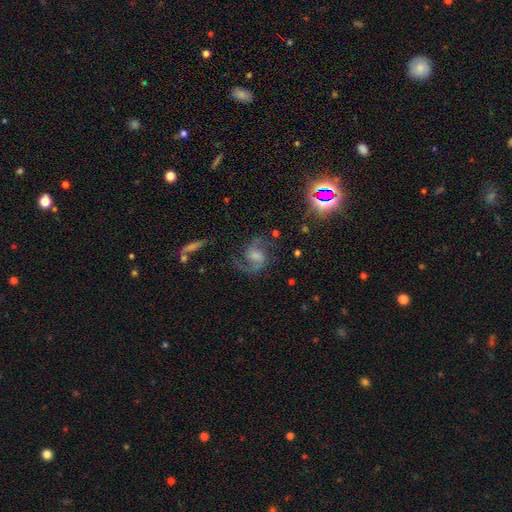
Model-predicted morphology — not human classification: Q: Smooth or featured?
A: featured or disk (85%); runner-up: star or artifact (8%)
Q: Edge-on disk?
A: no (98%); runner-up: yes (2%)
Q: Bar?
A: weak (47%); runner-up: no (41%)
Q: Spiral arms?
A: yes (97%); runner-up: no (3%)
Q: Spiral winding?
A: medium (57%); runner-up: loose (31%)
Q: Spiral arm count?
A: 2 (89%); runner-up: 1 (5%)
Q: Bulge size?
A: moderate (34%); runner-up: small (26%)
Q: Merging?
A: none (71%); runner-up: minor disturbance (15%)